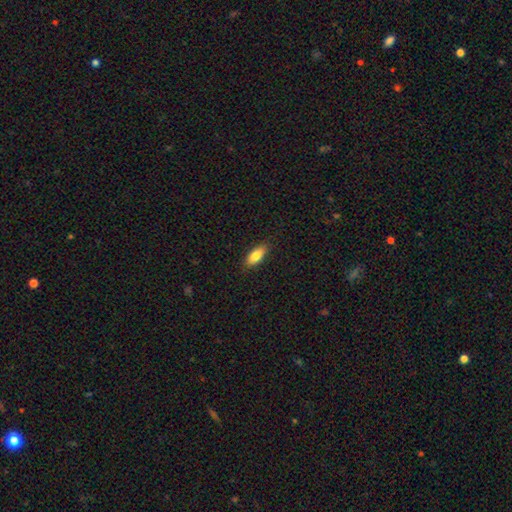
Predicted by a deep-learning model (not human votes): Smooth or featured?
  - smooth: 83% *
  - featured or disk: 10%
  - star or artifact: 7%
How rounded?
  - in between: 80% *
  - cigar-shaped: 18%
  - round: 2%
Merging?
  - none: 86% *
  - minor disturbance: 11%
  - major disturbance: 2%
  - merger: 1%